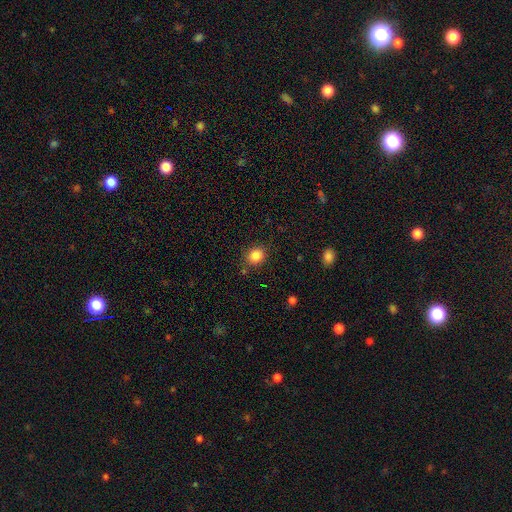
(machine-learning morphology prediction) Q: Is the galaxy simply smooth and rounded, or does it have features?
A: smooth — 85%.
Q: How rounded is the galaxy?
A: round — 73%.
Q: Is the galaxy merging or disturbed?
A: none — 83%.